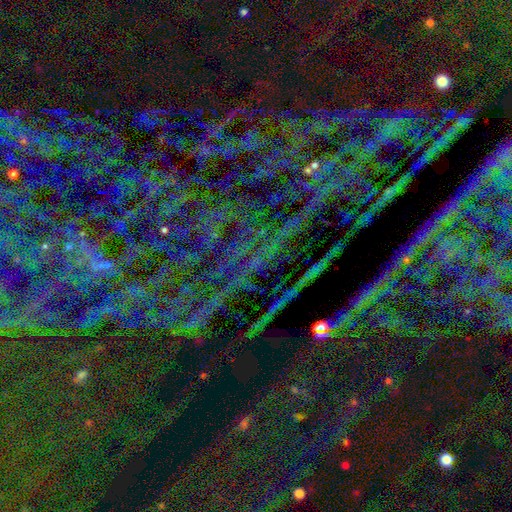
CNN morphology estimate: A star or artifact, not a galaxy (85%).

Vote fractions:
- Smooth or featured? star or artifact: 85% / featured or disk: 8% / smooth: 7%